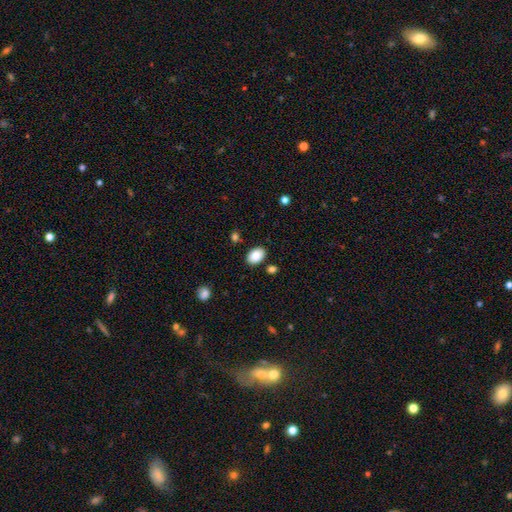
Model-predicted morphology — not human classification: Overall: smooth (88%). How rounded: in between (86%). Merging: none (85%).